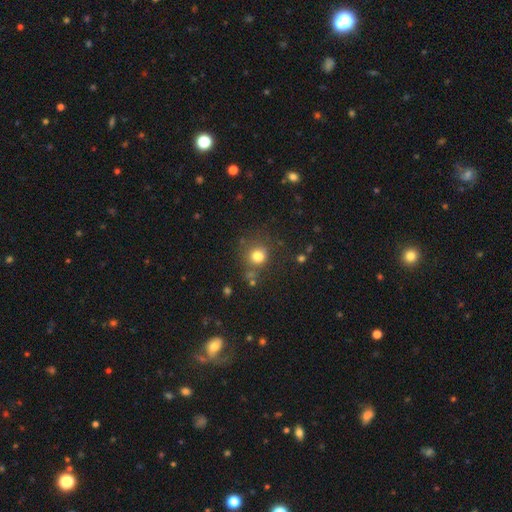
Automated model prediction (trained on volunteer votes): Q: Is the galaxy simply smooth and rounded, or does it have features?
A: smooth — 77%.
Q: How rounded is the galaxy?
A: round — 85%.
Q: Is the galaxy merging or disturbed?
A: none — 70%.